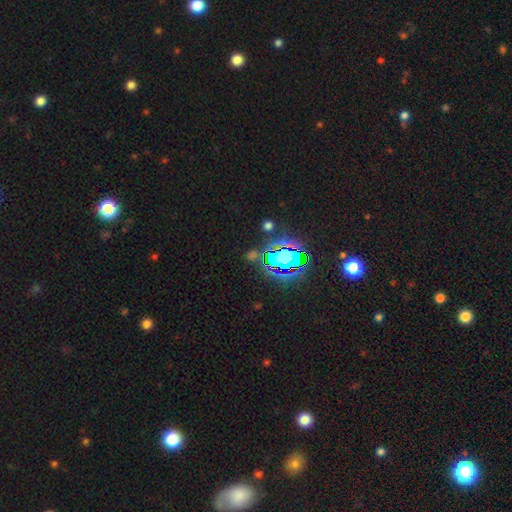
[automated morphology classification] star or artifact 74%, smooth 15%, featured or disk 11%.